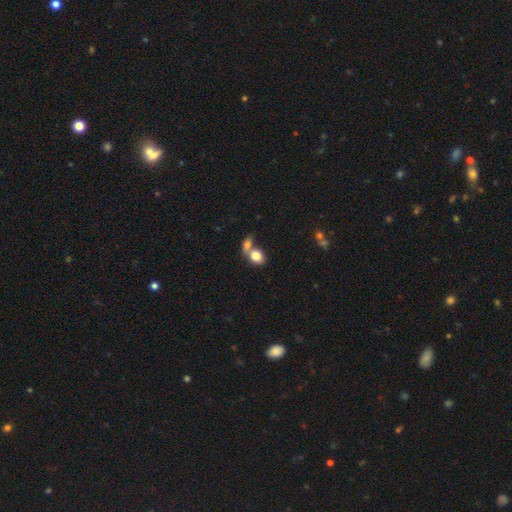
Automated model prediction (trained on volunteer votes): The model was most divided on "how rounded": in between: 57%, round: 41%, cigar-shaped: 1%. More confident: smooth or featured — smooth (81%); merging — merger (56%).